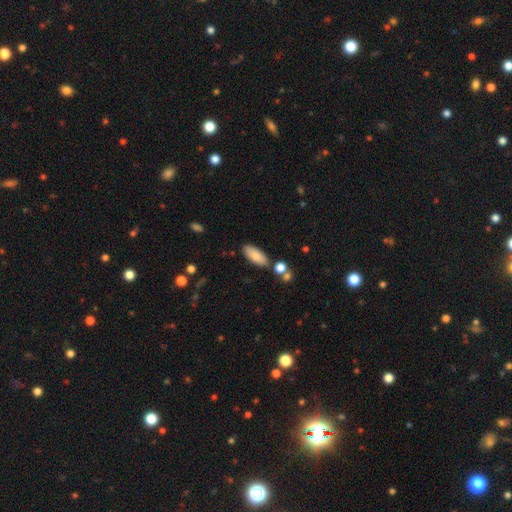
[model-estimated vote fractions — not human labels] Overall: smooth (83%). How rounded: in between (81%). Merging: none (80%).